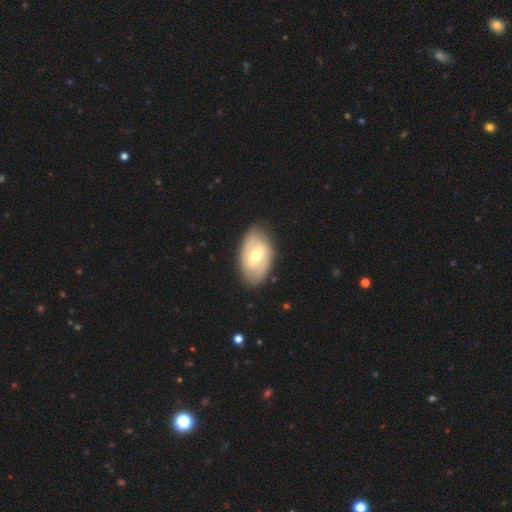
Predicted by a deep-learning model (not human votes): A smooth galaxy with no disk features (49%).

Vote fractions:
- Smooth or featured? smooth: 49% / featured or disk: 46% / star or artifact: 6%
- Merging? none: 79% / minor disturbance: 16% / major disturbance: 4% / merger: 1%